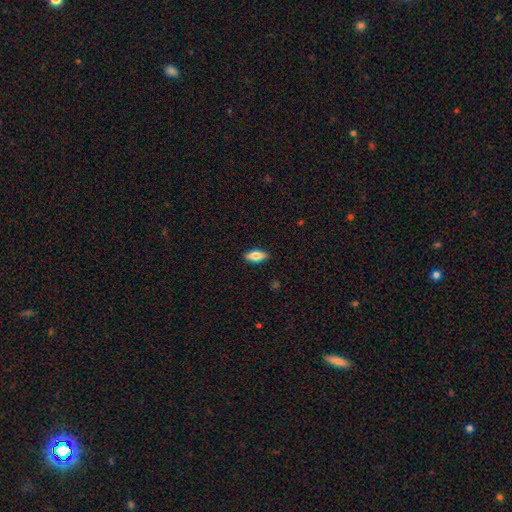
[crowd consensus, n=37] A smooth galaxy with no disk features (65%) that is in between round and cigar-shaped (83%).

Vote fractions:
- Smooth or featured? smooth: 65% / featured or disk: 30% / star or artifact: 5%
- How rounded? in between: 83% / cigar-shaped: 12% / round: 4%
- Merging? none: 89% / minor disturbance: 6% / major disturbance: 6% / merger: 0%